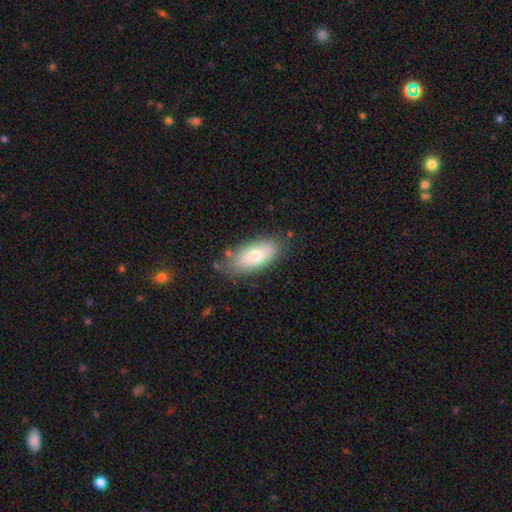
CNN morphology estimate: Smooth or featured: smooth — 71% (featured or disk — 22%)
How rounded: in between — 89% (cigar-shaped — 7%)
Merging: none — 78% (minor disturbance — 15%)